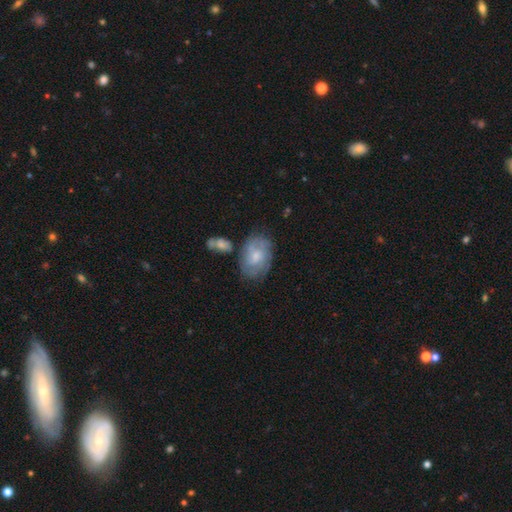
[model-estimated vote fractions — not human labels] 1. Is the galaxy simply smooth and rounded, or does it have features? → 56% featured or disk, 38% smooth, 7% star or artifact.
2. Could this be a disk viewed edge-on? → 96% no, 4% yes.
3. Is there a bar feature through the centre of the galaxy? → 66% no, 30% weak, 4% strong.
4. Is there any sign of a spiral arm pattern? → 79% yes, 21% no.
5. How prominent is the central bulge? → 51% small, 39% moderate, 6% none, 3% large, 1% dominant.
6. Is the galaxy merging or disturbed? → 65% none, 19% minor disturbance, 8% merger, 7% major disturbance.